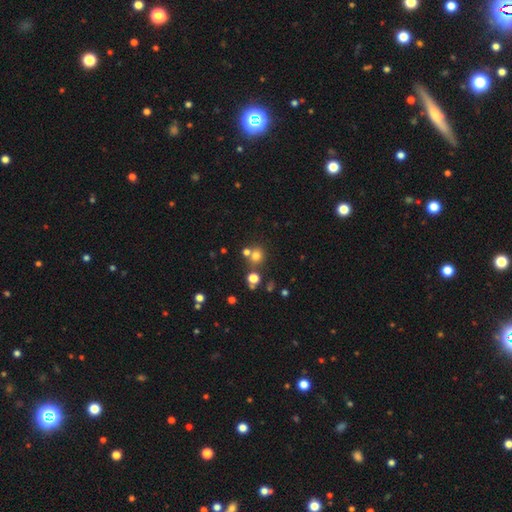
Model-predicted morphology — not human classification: Smooth or featured? smooth (70%)
How rounded? round (87%)
Merging? none (64%)